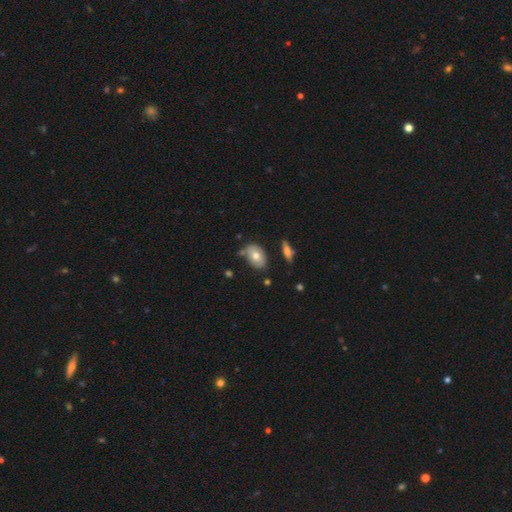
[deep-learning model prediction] A smooth galaxy with no disk features (68%) that is in between round and cigar-shaped (85%). Merging: none (65%).